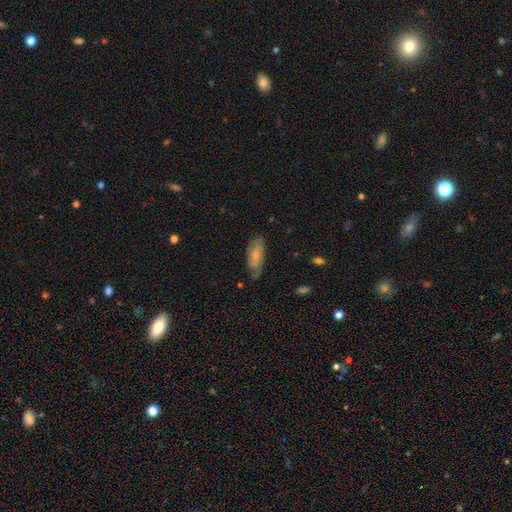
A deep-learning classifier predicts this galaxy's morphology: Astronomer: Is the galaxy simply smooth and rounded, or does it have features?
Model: smooth — 56% (runner-up: featured or disk, 38%).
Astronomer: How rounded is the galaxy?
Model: in between — 77%.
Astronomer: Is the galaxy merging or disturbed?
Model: none — 58%.